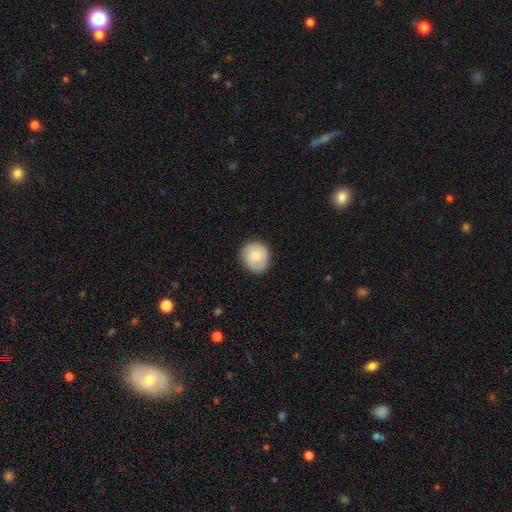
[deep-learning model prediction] This is likely a smooth galaxy (74%). How rounded: clearly round (81%). Merging: clearly none (81%).